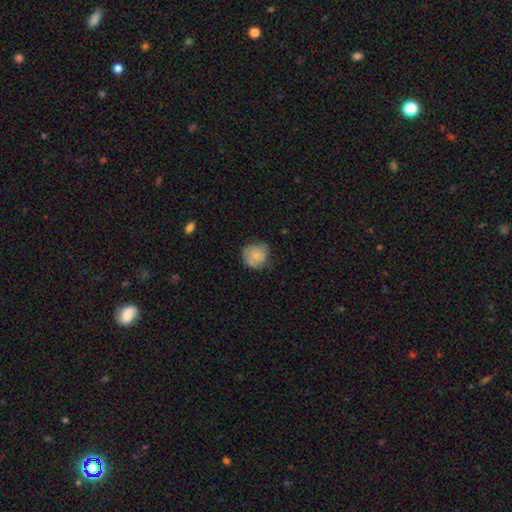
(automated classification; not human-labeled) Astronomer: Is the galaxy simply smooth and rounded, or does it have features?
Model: smooth — 64%.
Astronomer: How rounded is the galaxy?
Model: round — 85%.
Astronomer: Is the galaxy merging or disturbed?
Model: none — 65%.